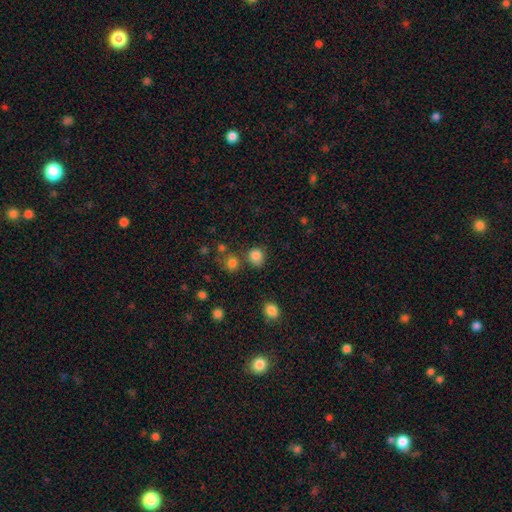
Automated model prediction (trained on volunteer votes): Smooth or featured? Predicted: smooth (p=0.83). How rounded? Predicted: round (p=0.85). Merging? Predicted: none (p=0.75).